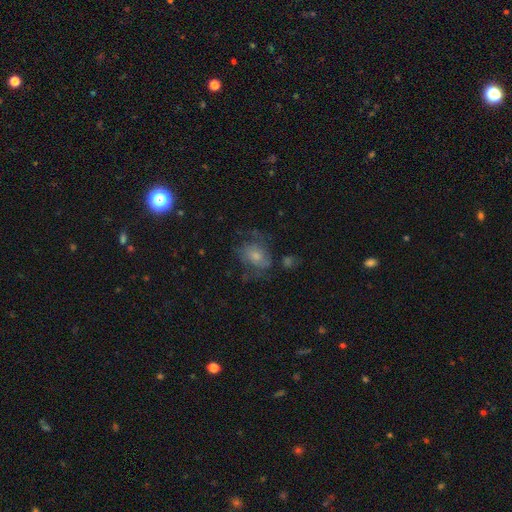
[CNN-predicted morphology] smooth-or-featured: smooth: 50% | featured or disk: 39% | star or artifact: 11%
  how-rounded: in between: 65% | round: 34% | cigar-shaped: 1%
  merging: none: 44% | major disturbance: 26% | minor disturbance: 26% | merger: 4%